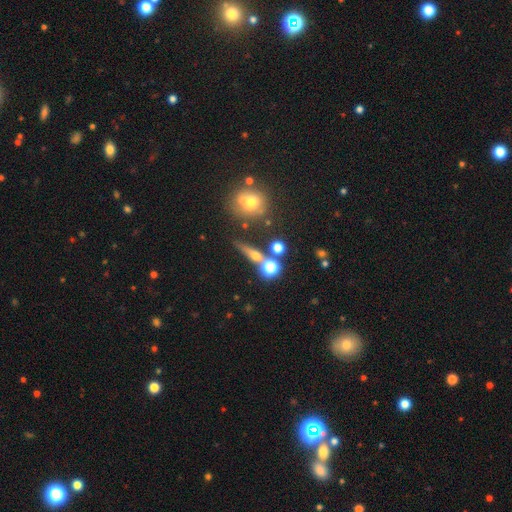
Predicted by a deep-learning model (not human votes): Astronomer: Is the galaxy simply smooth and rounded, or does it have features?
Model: smooth — 47% (runner-up: featured or disk, 33%).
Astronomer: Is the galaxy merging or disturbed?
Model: none — 61%.